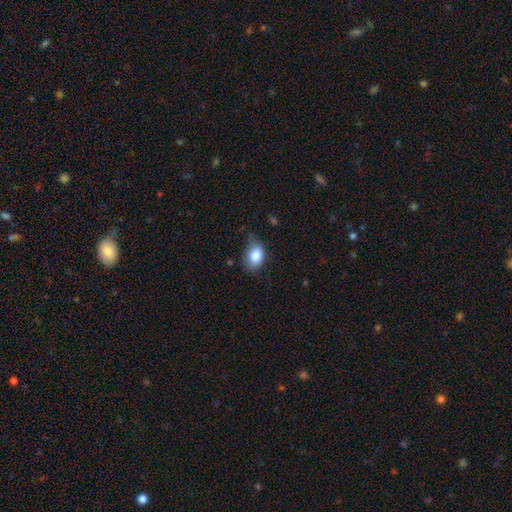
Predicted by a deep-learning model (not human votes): smooth 84%, star or artifact 8%, featured or disk 7%. Down the decision tree: how rounded — in between (76%); merging — none (62%).